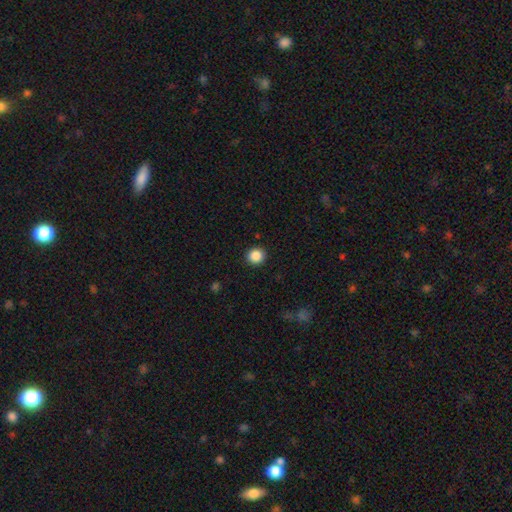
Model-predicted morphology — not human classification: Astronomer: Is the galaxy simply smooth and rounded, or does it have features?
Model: smooth — 88%.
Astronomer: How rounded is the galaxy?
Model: round — 92%.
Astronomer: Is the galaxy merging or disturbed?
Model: none — 92%.